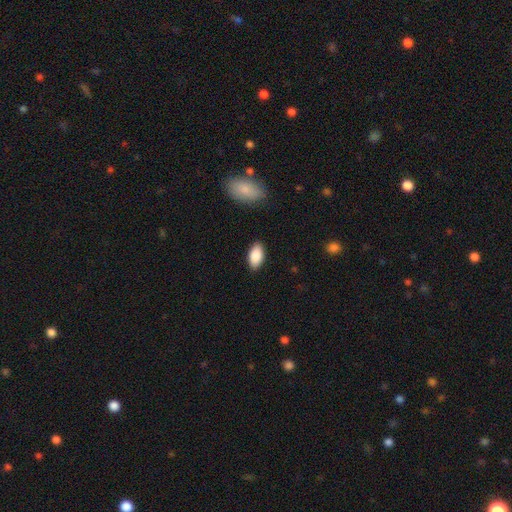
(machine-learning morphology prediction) This appears to be a smooth galaxy with no disk features (88%) that is in between round and cigar-shaped (94%). Merging: none (88%).